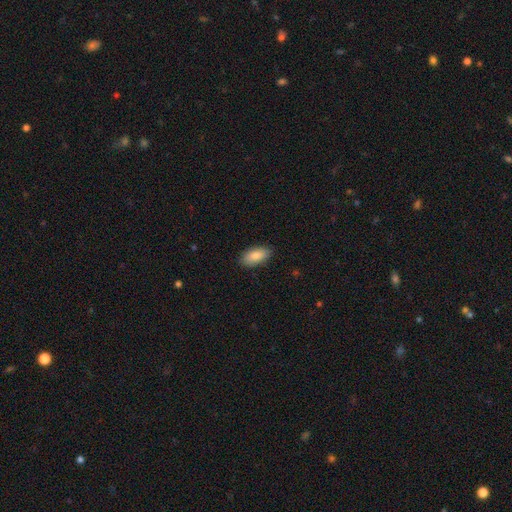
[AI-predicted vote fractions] smooth 85%, featured or disk 9%, star or artifact 6%. Down the decision tree: how rounded — in between (91%); merging — none (87%).